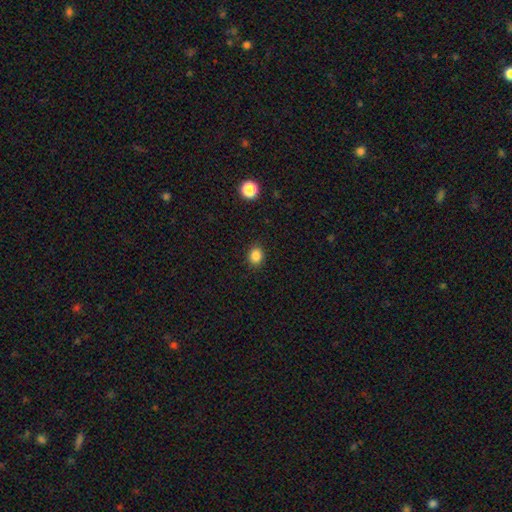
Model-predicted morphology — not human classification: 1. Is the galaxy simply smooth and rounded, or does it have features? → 85% smooth, 11% star or artifact, 4% featured or disk.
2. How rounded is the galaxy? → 59% round, 40% in between, 1% cigar-shaped.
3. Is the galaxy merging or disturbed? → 90% none, 7% minor disturbance, 2% major disturbance, 1% merger.